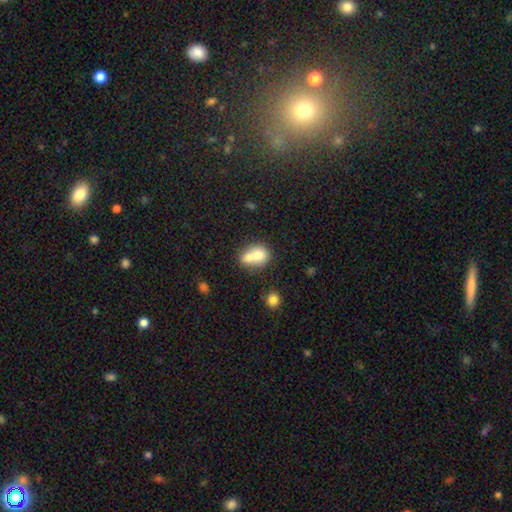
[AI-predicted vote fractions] Smooth or featured? Predicted: smooth (p=0.72). How rounded? Predicted: round (p=0.51). Merging? Predicted: merger (p=0.66).